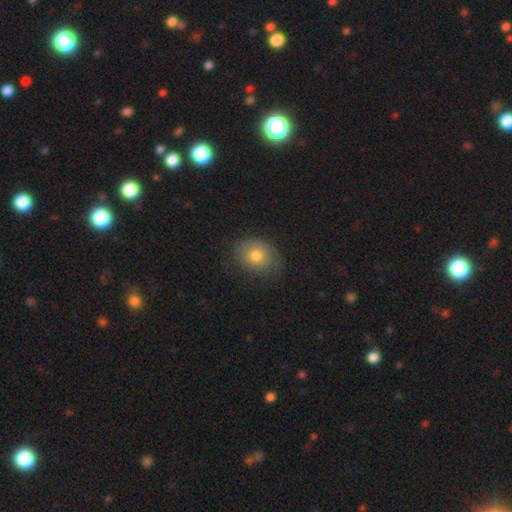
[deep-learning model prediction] smooth 73%, featured or disk 17%, star or artifact 10%. Down the decision tree: how rounded — round (58%); merging — none (65%).